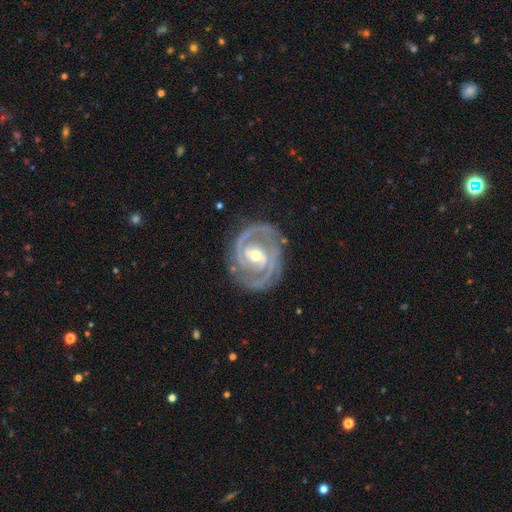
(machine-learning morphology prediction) This appears to be a featured or disk galaxy (92%) with no bar (47%), 2 (72%) tight (63%) spiral arms (97%) and a moderate central bulge (61%). Merging: none (79%).